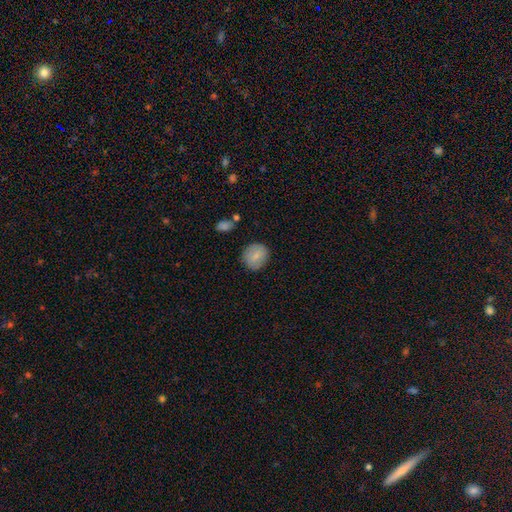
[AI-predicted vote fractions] Smooth or featured?
  - smooth: 79% *
  - featured or disk: 14%
  - star or artifact: 7%
How rounded?
  - round: 80% *
  - in between: 19%
  - cigar-shaped: 1%
Merging?
  - none: 83% *
  - minor disturbance: 12%
  - major disturbance: 3%
  - merger: 2%